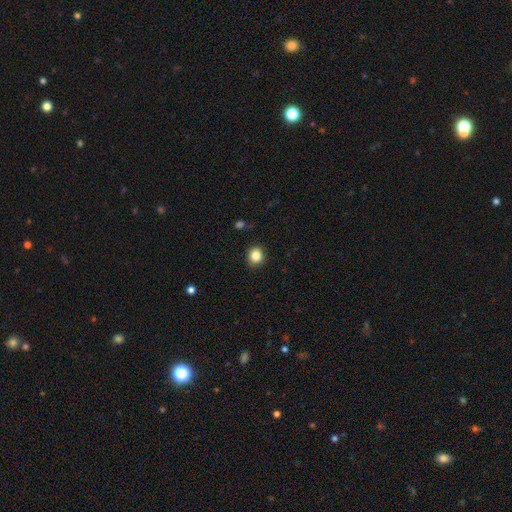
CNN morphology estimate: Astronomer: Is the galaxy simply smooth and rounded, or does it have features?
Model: smooth — 84%.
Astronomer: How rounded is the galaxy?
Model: round — 81%.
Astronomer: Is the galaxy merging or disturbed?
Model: none — 90%.